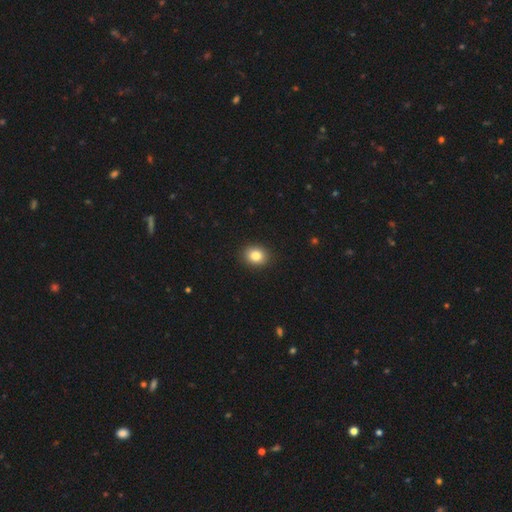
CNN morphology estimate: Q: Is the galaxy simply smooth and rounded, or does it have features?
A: smooth — 84%.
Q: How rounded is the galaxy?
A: round — 61%.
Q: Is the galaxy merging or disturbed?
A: none — 91%.